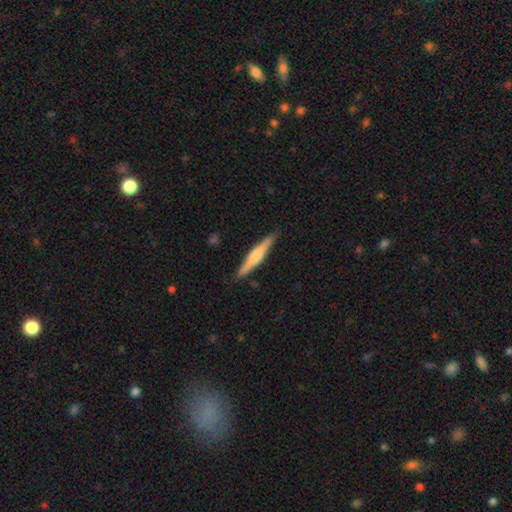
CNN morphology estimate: The model was most divided on "smooth or featured": featured or disk: 52%, smooth: 42%, star or artifact: 6%. More confident: edge-on disk — yes (97%); merging — none (87%); edge-on bulge — rounded (65%).